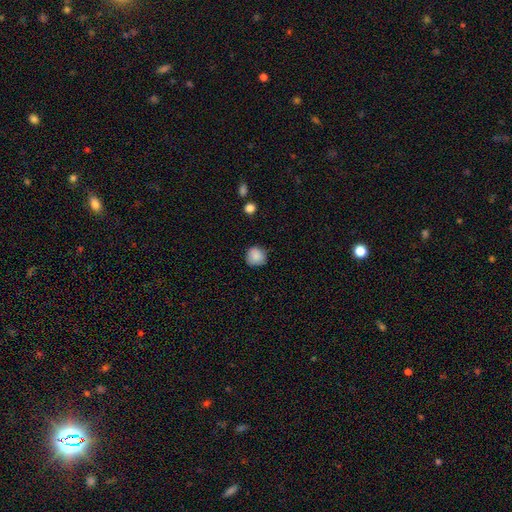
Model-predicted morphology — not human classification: type=smooth (87%); roundness=round (90%); merging=none (79%).